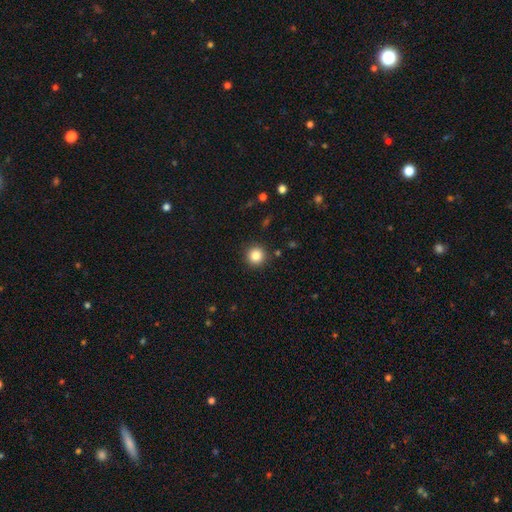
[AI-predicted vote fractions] A smooth galaxy with no disk features (84%) that is round (95%).

Vote fractions:
- Smooth or featured? smooth: 84% / star or artifact: 11% / featured or disk: 5%
- How rounded? round: 95% / in between: 4% / cigar-shaped: 1%
- Merging? none: 91% / minor disturbance: 6% / major disturbance: 2% / merger: 1%